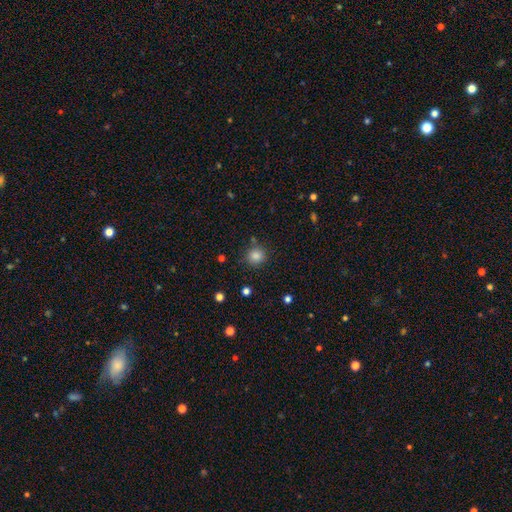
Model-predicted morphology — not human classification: Smooth or featured?
  - smooth: 85% *
  - star or artifact: 11%
  - featured or disk: 4%
How rounded?
  - round: 90% *
  - in between: 9%
  - cigar-shaped: 1%
Merging?
  - none: 82% *
  - minor disturbance: 10%
  - merger: 4%
  - major disturbance: 3%